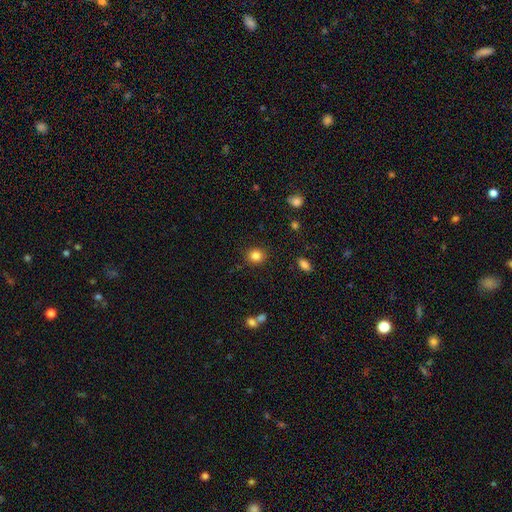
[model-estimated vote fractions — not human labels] Smooth or featured: smooth — 84% (star or artifact — 11%)
How rounded: round — 84% (in between — 15%)
Merging: none — 89% (minor disturbance — 7%)